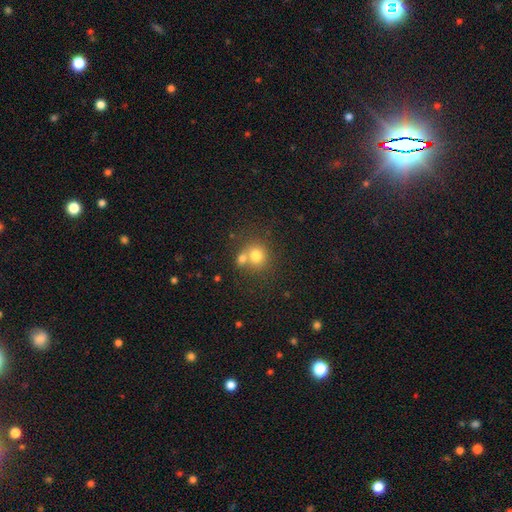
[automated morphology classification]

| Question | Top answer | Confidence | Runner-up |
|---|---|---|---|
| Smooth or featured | smooth | 76% | featured or disk (12%) |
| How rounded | round | 84% | in between (15%) |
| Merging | none | 45% | merger (43%) |